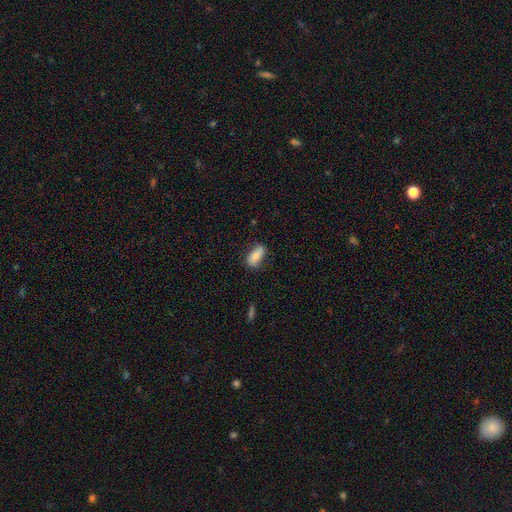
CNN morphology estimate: smooth 81%, featured or disk 12%, star or artifact 7%. Down the decision tree: how rounded — in between (84%); merging — none (75%).